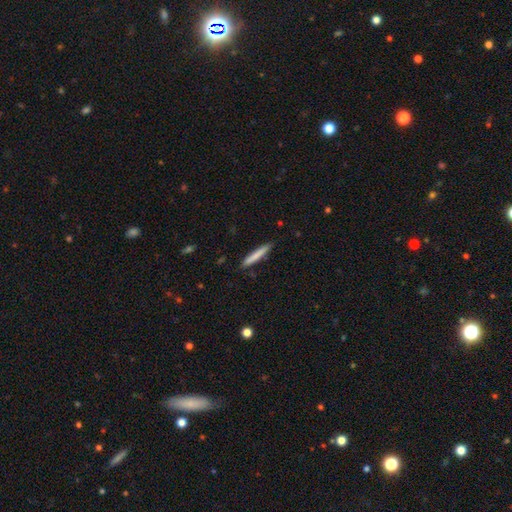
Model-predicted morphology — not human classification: A smooth galaxy with no disk features (77%) that is cigar-shaped (95%). Merging: none (88%).